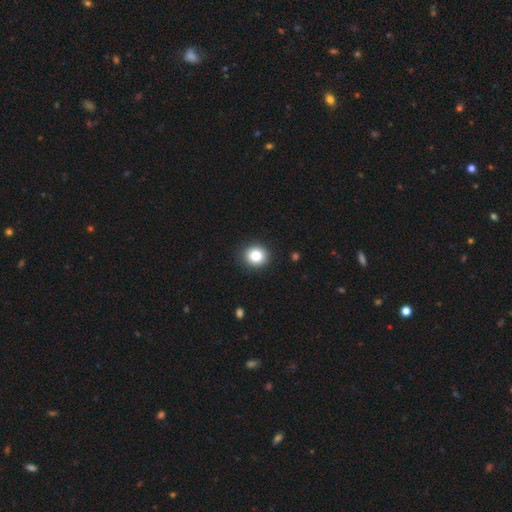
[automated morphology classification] type=smooth (83%); roundness=round (81%); merging=none (90%).